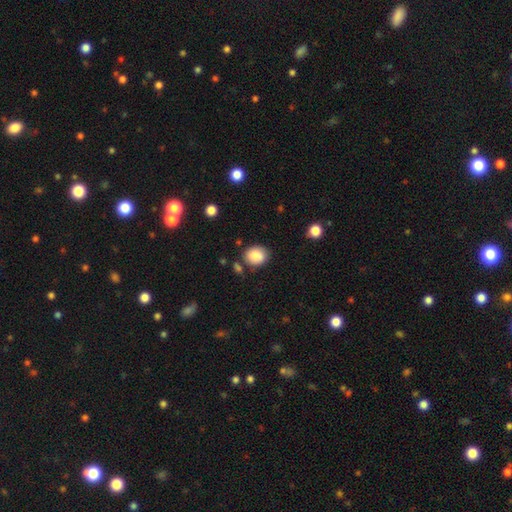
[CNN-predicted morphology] Smooth or featured: smooth — 87% (star or artifact — 8%)
How rounded: round — 58% (in between — 41%)
Merging: none — 76% (minor disturbance — 15%)